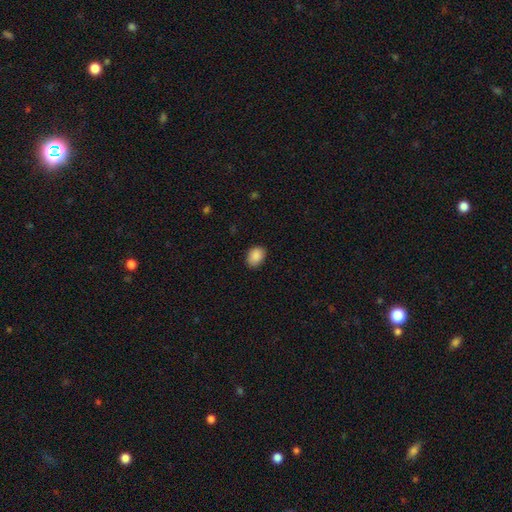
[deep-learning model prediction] smooth-or-featured: smooth: 89% | star or artifact: 8% | featured or disk: 3%
  how-rounded: in between: 72% | round: 27% | cigar-shaped: 1%
  merging: none: 85% | minor disturbance: 12% | major disturbance: 2% | merger: 1%